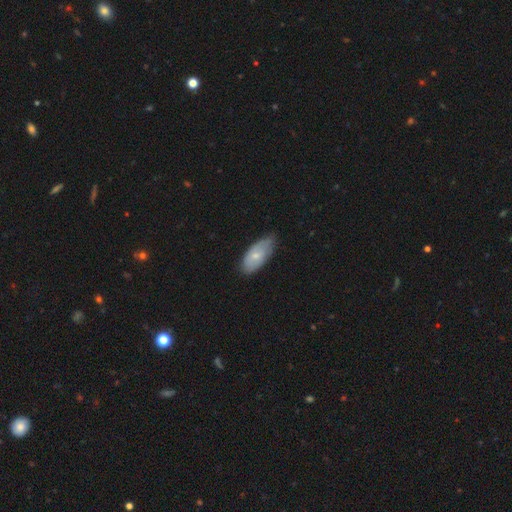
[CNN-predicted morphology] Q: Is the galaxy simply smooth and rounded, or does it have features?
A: smooth — 63%.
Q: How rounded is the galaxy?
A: in between — 90%.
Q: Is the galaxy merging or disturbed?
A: none — 62%.